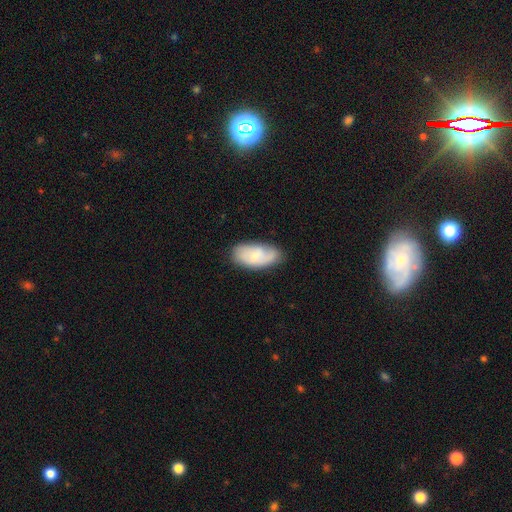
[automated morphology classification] Smooth or featured? Predicted: smooth (p=0.58). How rounded? Predicted: in between (p=0.93). Merging? Predicted: none (p=0.69).